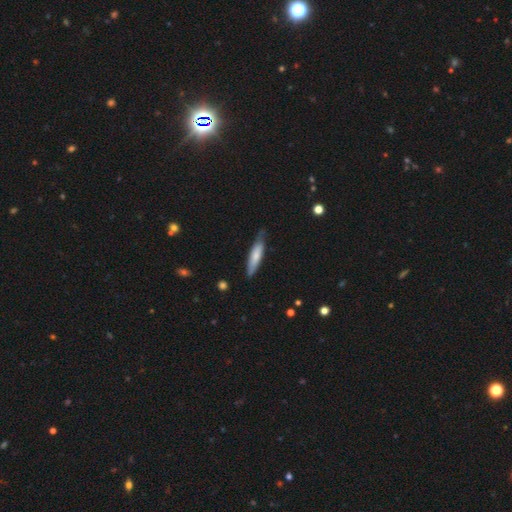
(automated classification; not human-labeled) The model was most divided on "smooth or featured": smooth: 69%, featured or disk: 26%, star or artifact: 5%. More confident: how rounded — cigar-shaped (79%); merging — none (72%).